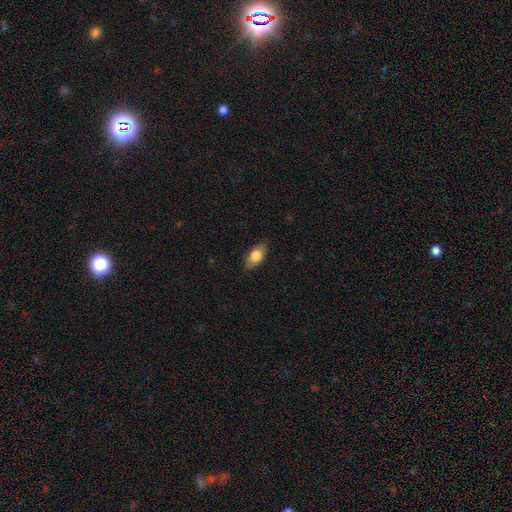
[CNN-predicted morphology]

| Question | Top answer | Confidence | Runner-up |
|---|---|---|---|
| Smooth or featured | smooth | 75% | featured or disk (18%) |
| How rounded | in between | 87% | cigar-shaped (9%) |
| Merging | none | 85% | minor disturbance (12%) |